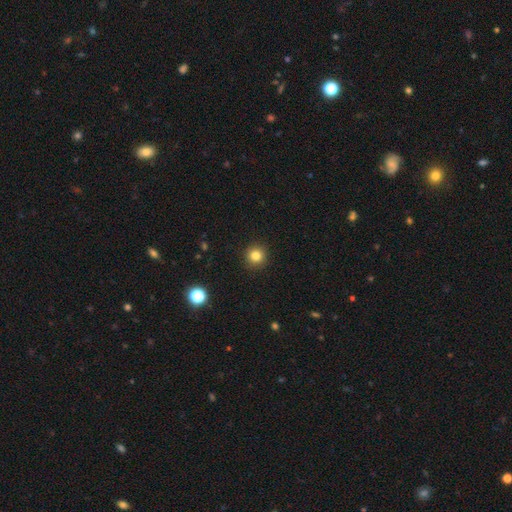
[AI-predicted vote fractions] Morphology: type=smooth (83%); roundness=round (95%); merging=none (93%).